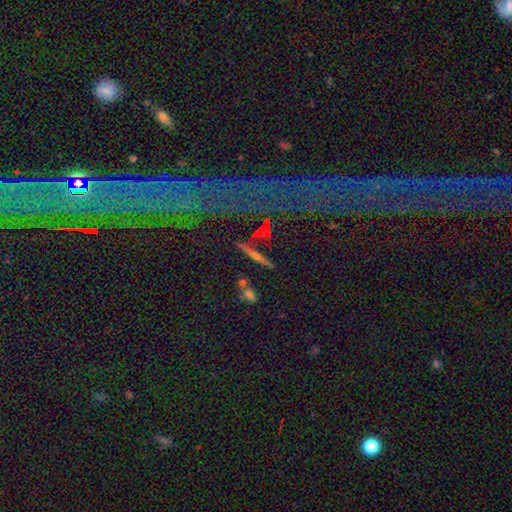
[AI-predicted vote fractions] Smooth or featured?
  - featured or disk: 56% *
  - smooth: 27%
  - star or artifact: 17%
Edge-on disk?
  - yes: 90% *
  - no: 10%
Merging?
  - none: 79% *
  - minor disturbance: 9%
  - merger: 7%
  - major disturbance: 4%